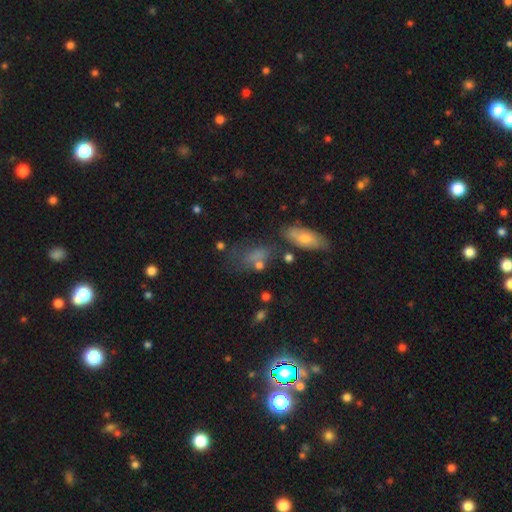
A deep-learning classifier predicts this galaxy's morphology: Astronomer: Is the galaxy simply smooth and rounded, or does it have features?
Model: smooth — 61%.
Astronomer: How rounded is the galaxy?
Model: in between — 75%.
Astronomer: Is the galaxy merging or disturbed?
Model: none — 45% (runner-up: minor disturbance, 25%).